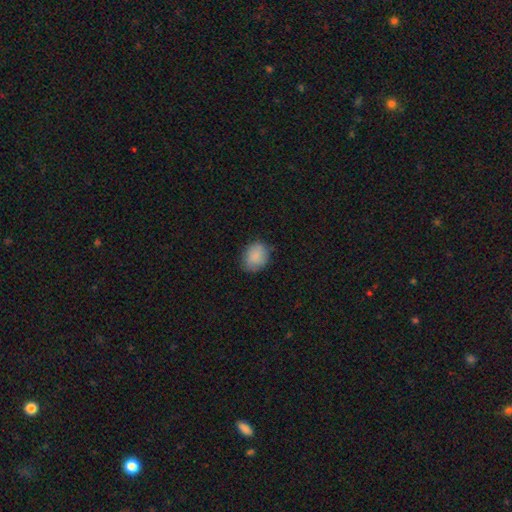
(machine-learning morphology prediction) Overall: smooth (86%). How rounded: in between (53%; round 46%). Merging: none (76%).